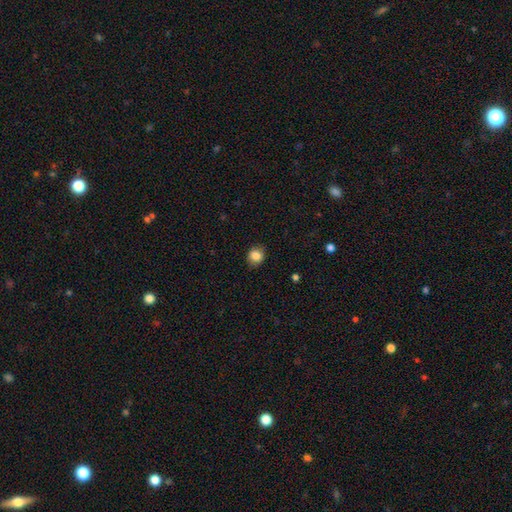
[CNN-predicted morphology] smooth_or_featured: smooth (p=0.84) [alt: star or artifact p=0.10]
how_rounded: round (p=0.74) [alt: in between p=0.25]
merging: none (p=0.83) [alt: minor disturbance p=0.13]